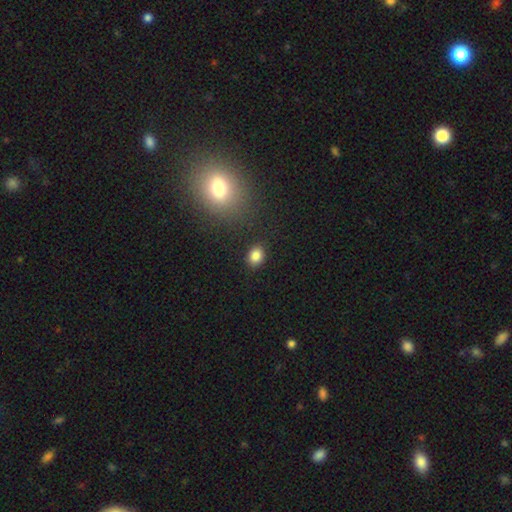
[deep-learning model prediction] A smooth galaxy with no disk features (85%) that is in between round and cigar-shaped (54%).

Vote fractions:
- Smooth or featured? smooth: 85% / star or artifact: 10% / featured or disk: 4%
- How rounded? in between: 54% / round: 45% / cigar-shaped: 1%
- Merging? none: 87% / minor disturbance: 9% / major disturbance: 2% / merger: 2%